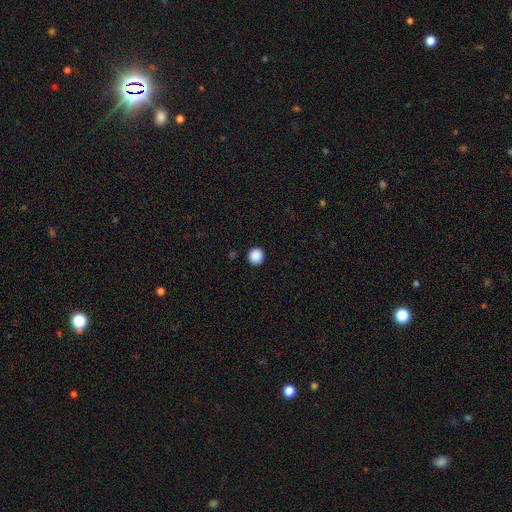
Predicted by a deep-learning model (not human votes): Smooth or featured?
  - smooth: 89% *
  - star or artifact: 9%
  - featured or disk: 2%
How rounded?
  - round: 94% *
  - in between: 5%
  - cigar-shaped: 1%
Merging?
  - none: 93% *
  - minor disturbance: 4%
  - major disturbance: 2%
  - merger: 1%